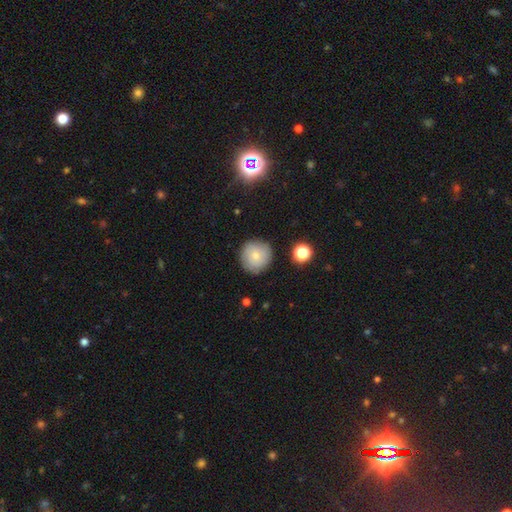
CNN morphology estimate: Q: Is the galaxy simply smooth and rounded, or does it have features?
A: smooth — 75%.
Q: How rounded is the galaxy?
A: round — 94%.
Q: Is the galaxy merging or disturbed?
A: none — 85%.